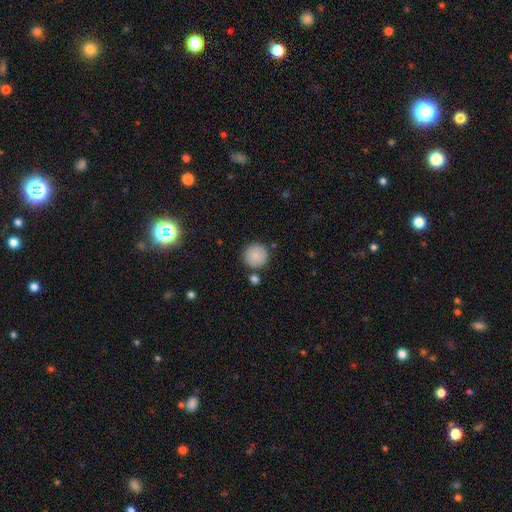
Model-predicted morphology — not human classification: Overall: smooth (85%). How rounded: round (95%). Merging: none (83%).